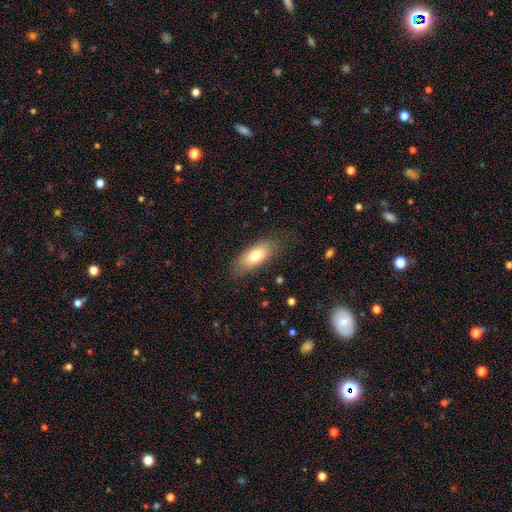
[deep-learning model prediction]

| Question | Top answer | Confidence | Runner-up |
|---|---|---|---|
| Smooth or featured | smooth | 74% | featured or disk (19%) |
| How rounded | in between | 81% | cigar-shaped (16%) |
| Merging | none | 78% | minor disturbance (16%) |